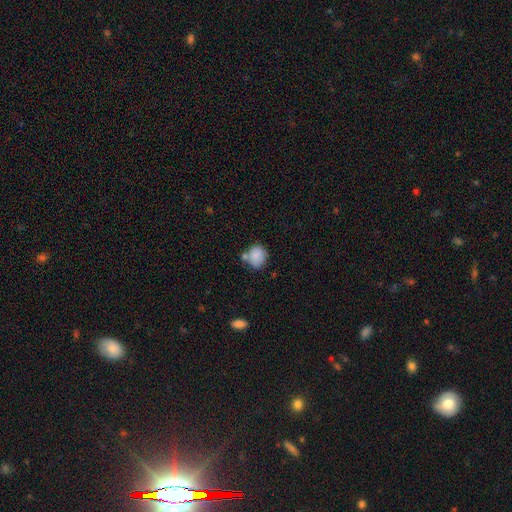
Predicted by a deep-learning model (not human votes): Smooth or featured? Predicted: smooth (p=0.85). How rounded? Predicted: round (p=0.67). Merging? Predicted: none (p=0.59).